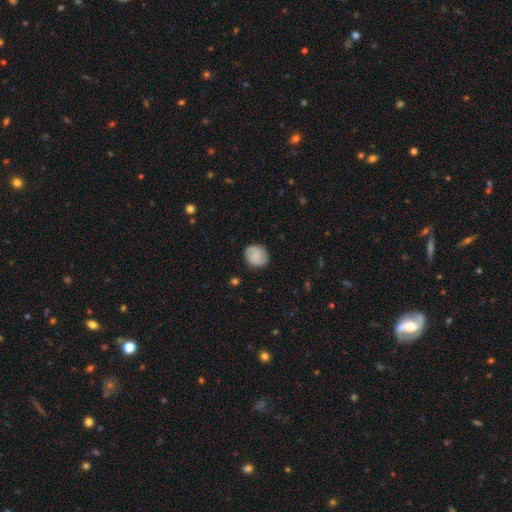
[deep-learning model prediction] The model was most divided on "smooth or featured": smooth: 64%, featured or disk: 28%, star or artifact: 8%. More confident: merging — none (85%); how rounded — round (76%).